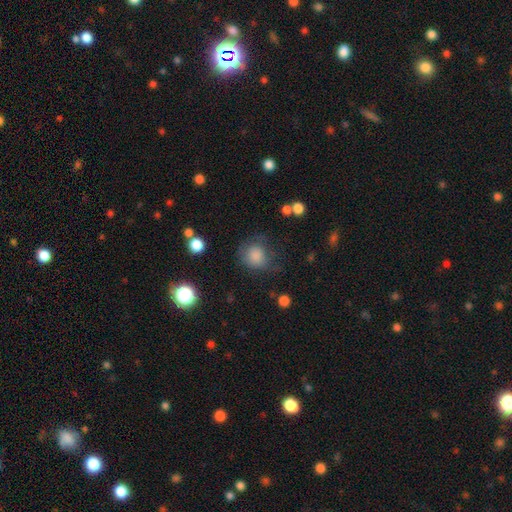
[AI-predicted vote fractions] Q: Smooth or featured?
A: smooth (82%); runner-up: star or artifact (10%)
Q: How rounded?
A: round (81%); runner-up: in between (18%)
Q: Merging?
A: none (58%); runner-up: minor disturbance (23%)